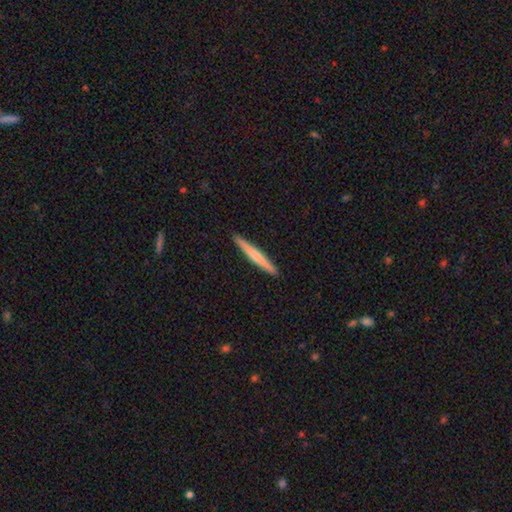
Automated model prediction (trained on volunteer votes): Smooth or featured? Predicted: smooth (p=0.57). How rounded? Predicted: cigar-shaped (p=0.97). Merging? Predicted: none (p=0.93).